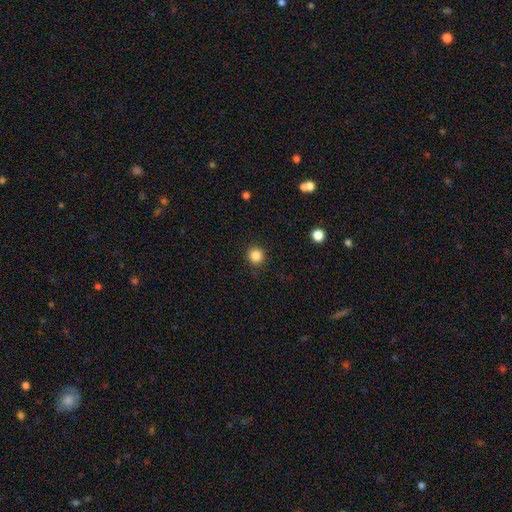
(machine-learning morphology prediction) Smooth or featured? smooth (85%)
How rounded? round (93%)
Merging? none (91%)